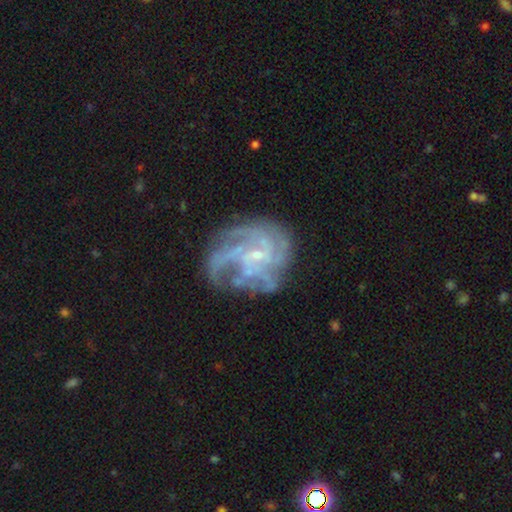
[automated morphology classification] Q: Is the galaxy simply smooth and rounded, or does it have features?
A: featured or disk — 82%.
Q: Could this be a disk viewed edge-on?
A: no — 98%.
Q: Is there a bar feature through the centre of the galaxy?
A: no — 61%.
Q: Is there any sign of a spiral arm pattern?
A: yes — 88%.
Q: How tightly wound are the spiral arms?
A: tight — 42%.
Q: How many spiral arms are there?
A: can't tell — 31%.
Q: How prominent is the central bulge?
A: small — 78%.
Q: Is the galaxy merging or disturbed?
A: none — 54%.